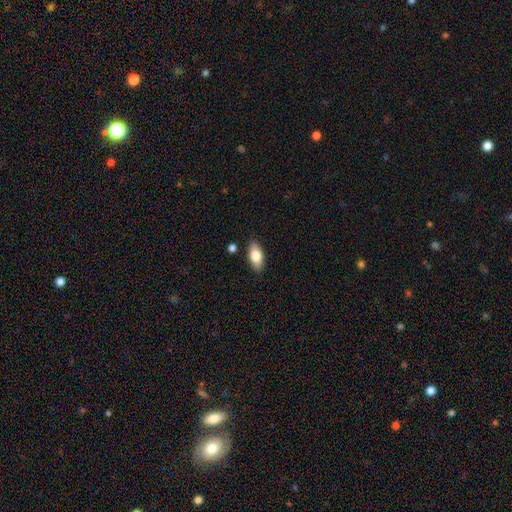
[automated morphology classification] Smooth or featured?
  - smooth: 79% *
  - featured or disk: 14%
  - star or artifact: 7%
How rounded?
  - in between: 90% *
  - cigar-shaped: 7%
  - round: 3%
Merging?
  - none: 86% *
  - minor disturbance: 10%
  - merger: 2%
  - major disturbance: 2%